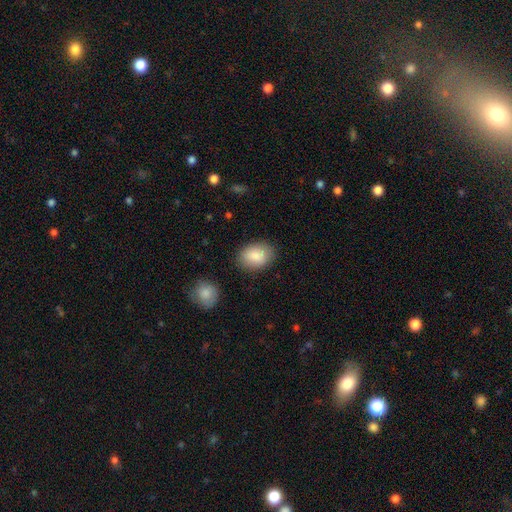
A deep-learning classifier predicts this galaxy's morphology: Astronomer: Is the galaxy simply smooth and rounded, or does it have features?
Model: smooth — 86%.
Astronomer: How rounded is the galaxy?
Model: in between — 79%.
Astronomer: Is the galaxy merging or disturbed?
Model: none — 84%.